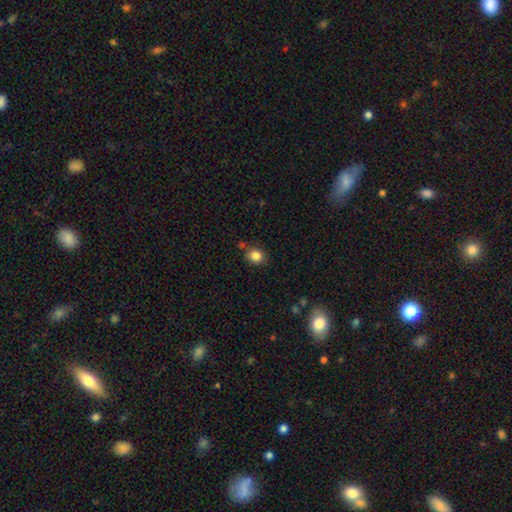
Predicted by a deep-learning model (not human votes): The model was most divided on "how rounded": round: 68%, in between: 31%, cigar-shaped: 1%. More confident: smooth or featured — smooth (84%); merging — none (75%).